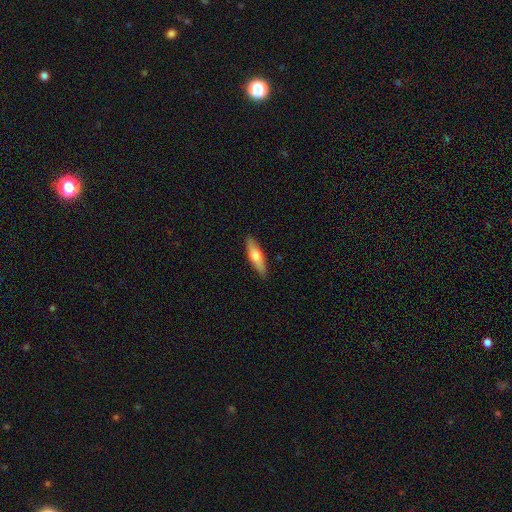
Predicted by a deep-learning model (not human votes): Smooth or featured? smooth (60%)
How rounded? cigar-shaped (64%)
Merging? none (89%)